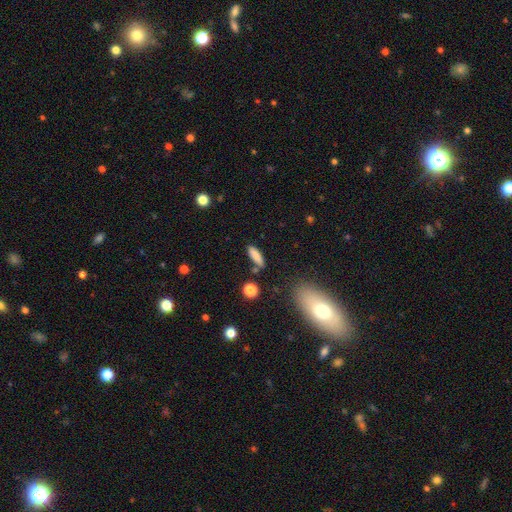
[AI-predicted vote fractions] Smooth or featured?
  - smooth: 82% *
  - featured or disk: 10%
  - star or artifact: 9%
How rounded?
  - cigar-shaped: 54% *
  - in between: 42%
  - round: 4%
Merging?
  - none: 77% *
  - minor disturbance: 13%
  - merger: 6%
  - major disturbance: 4%